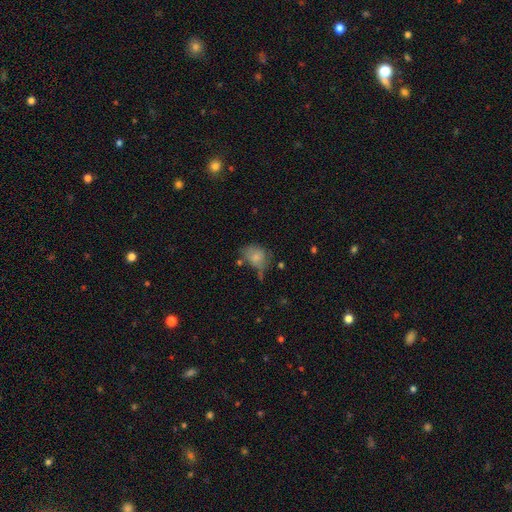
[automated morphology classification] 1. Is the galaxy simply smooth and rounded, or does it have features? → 73% smooth, 18% featured or disk, 10% star or artifact.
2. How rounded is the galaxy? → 59% in between, 40% round, 1% cigar-shaped.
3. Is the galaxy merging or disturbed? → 39% none, 31% minor disturbance, 18% major disturbance, 11% merger.